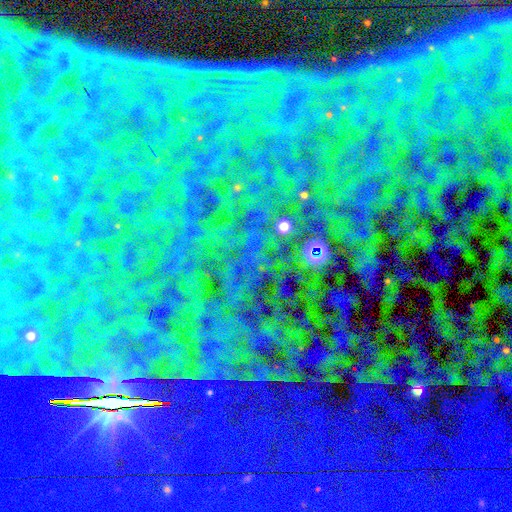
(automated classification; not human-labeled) Q: Smooth or featured?
A: star or artifact (85%); runner-up: featured or disk (7%)